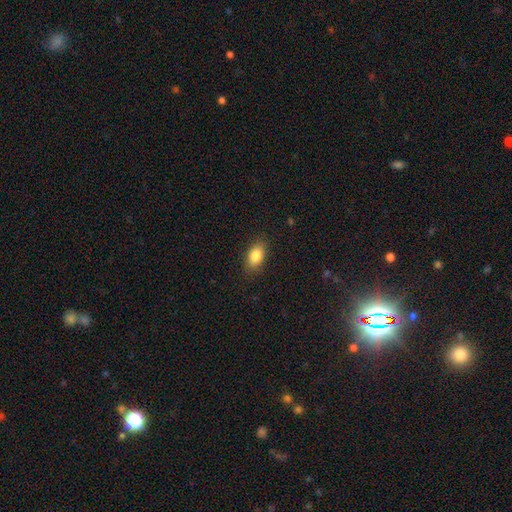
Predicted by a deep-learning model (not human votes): Morphology: type=smooth (84%); roundness=in between (87%); merging=none (86%).